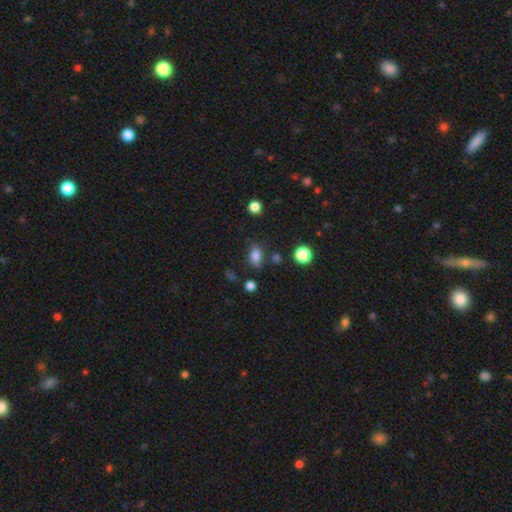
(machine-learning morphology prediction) Q: Smooth or featured?
A: smooth (81%); runner-up: star or artifact (12%)
Q: How rounded?
A: in between (80%); runner-up: round (17%)
Q: Merging?
A: none (71%); runner-up: minor disturbance (19%)